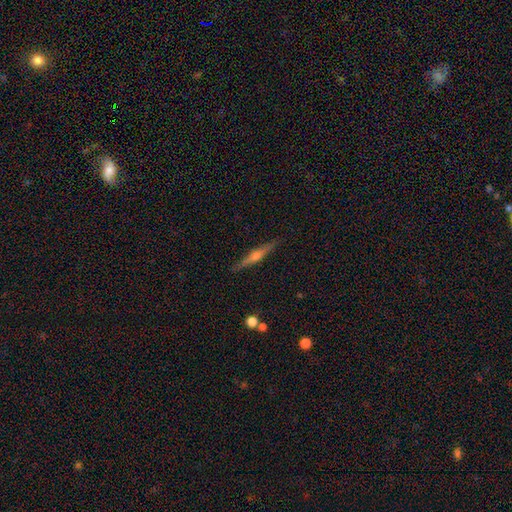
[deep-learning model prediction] This appears to be a featured or disk galaxy (76%) viewed edge-on (98%) with a rounded central bulge (87%). Merging: none (90%).